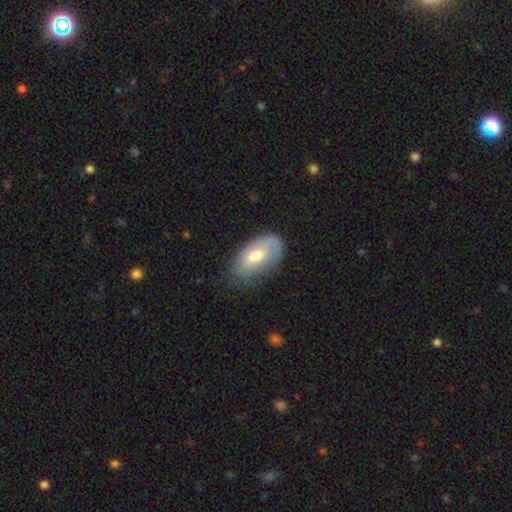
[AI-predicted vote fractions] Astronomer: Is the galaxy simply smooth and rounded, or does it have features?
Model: smooth — 63%.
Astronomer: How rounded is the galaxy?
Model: in between — 94%.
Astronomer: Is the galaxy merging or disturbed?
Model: none — 59%.